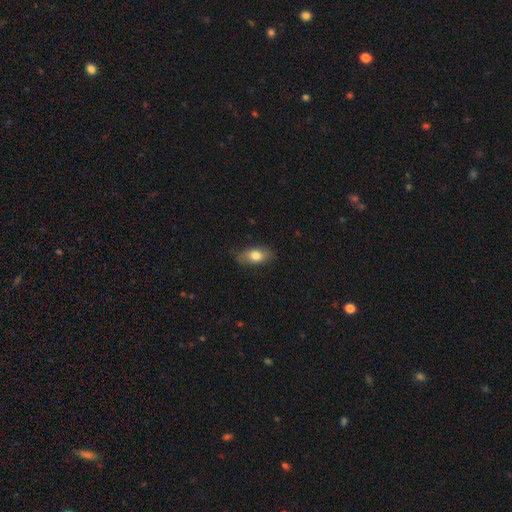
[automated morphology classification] smooth_or_featured: smooth (p=0.79) [alt: featured or disk p=0.13]
how_rounded: in between (p=0.86) [alt: round p=0.07]
merging: none (p=0.78) [alt: minor disturbance p=0.18]